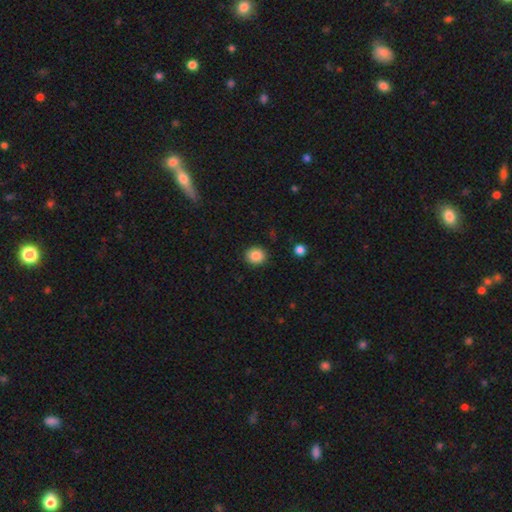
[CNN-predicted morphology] smooth 87%, star or artifact 9%, featured or disk 4%. Down the decision tree: how rounded — round (77%); merging — none (89%).